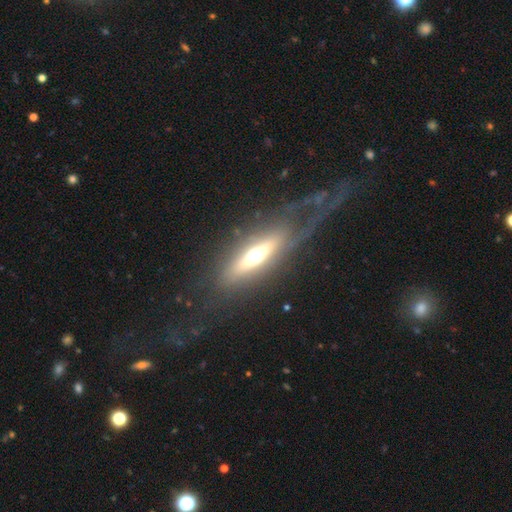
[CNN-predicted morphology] Smooth or featured?
  - featured or disk: 61% *
  - smooth: 30%
  - star or artifact: 10%
Edge-on disk?
  - yes: 76% *
  - no: 24%
Merging?
  - none: 66% *
  - major disturbance: 18%
  - minor disturbance: 14%
  - merger: 2%